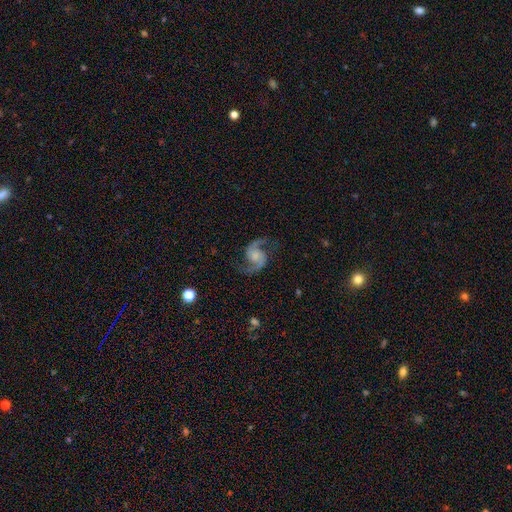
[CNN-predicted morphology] type=featured or disk (91%); edge-on=no (98%); bar=no (63%); spiral arms=yes (98%); winding=medium (49%); arm count=2 (95%); bulge=small (34%); merging=none (80%).